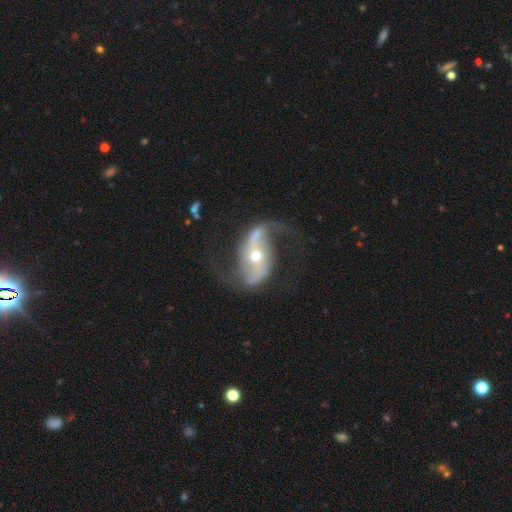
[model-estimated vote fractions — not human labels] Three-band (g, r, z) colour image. It shows a featured or disk galaxy (90%) with a strong bar (40%), 2 (93%) loose (73%) spiral arms (97%) and a moderate central bulge (55%). Merging: none (72%).